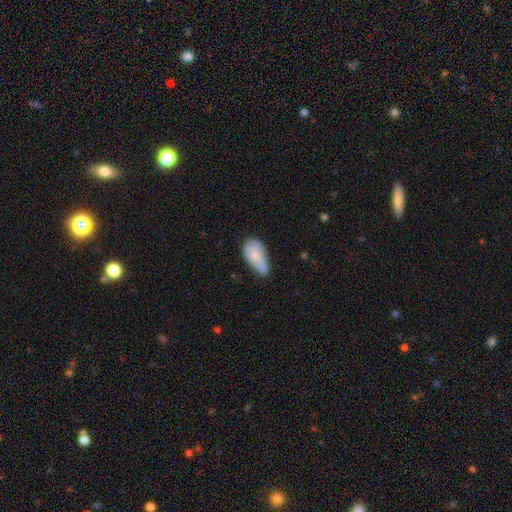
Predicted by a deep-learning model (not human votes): This is likely a smooth galaxy (69%). How rounded: clearly in between (91%). Merging: marginally minor disturbance (43%).